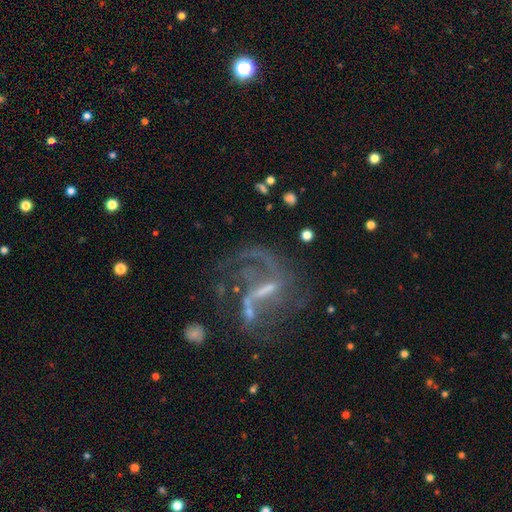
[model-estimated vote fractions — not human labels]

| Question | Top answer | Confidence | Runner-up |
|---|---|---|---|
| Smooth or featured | featured or disk | 81% | star or artifact (12%) |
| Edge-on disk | no | 96% | yes (4%) |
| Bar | weak | 42% | strong (41%) |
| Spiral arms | yes | 84% | no (16%) |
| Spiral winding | loose | 58% | medium (32%) |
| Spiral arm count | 2 | 54% | 1 (18%) |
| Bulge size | small | 41% | none (38%) |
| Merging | none | 43% | major disturbance (32%) |